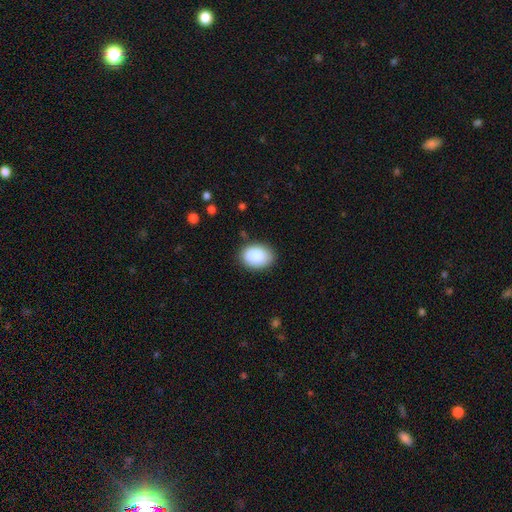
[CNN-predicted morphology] smooth-or-featured: smooth: 89% | star or artifact: 7% | featured or disk: 5%
  how-rounded: in between: 77% | round: 22% | cigar-shaped: 1%
  merging: none: 83% | minor disturbance: 12% | major disturbance: 3% | merger: 1%